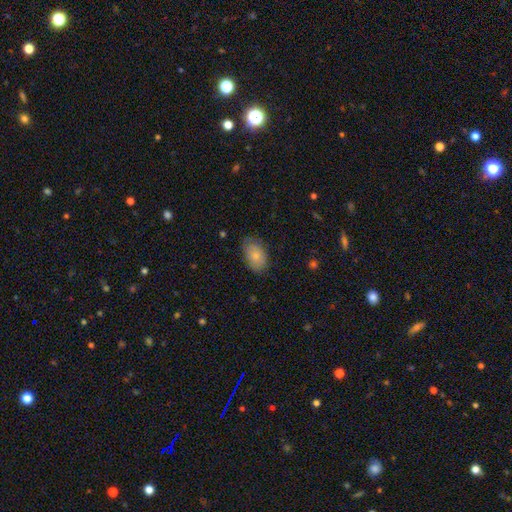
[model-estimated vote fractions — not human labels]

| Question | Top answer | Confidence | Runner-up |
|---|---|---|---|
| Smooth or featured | smooth | 81% | featured or disk (12%) |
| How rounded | in between | 91% | round (7%) |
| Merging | none | 77% | minor disturbance (18%) |